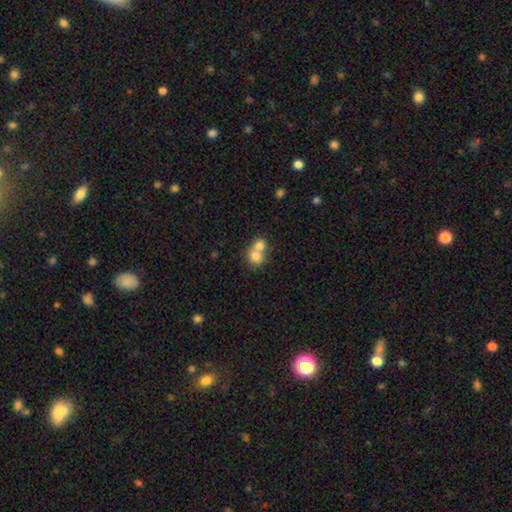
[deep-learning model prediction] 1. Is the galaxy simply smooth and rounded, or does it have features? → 75% smooth, 16% featured or disk, 9% star or artifact.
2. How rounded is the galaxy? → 69% round, 30% in between, 1% cigar-shaped.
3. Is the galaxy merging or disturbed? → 71% merger, 22% none, 5% minor disturbance, 3% major disturbance.